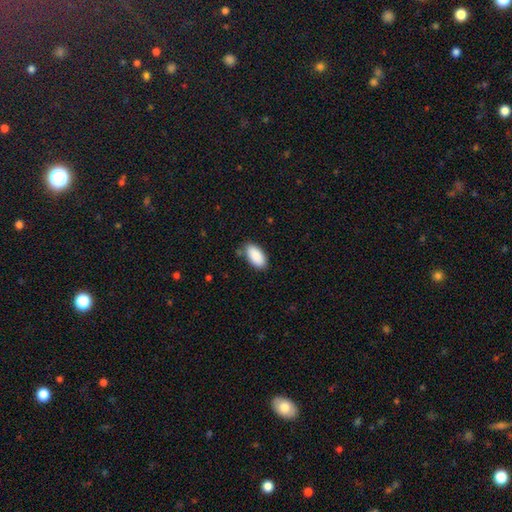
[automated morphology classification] Smooth or featured: smooth — 90% (star or artifact — 6%)
How rounded: in between — 94% (cigar-shaped — 4%)
Merging: none — 82% (minor disturbance — 14%)